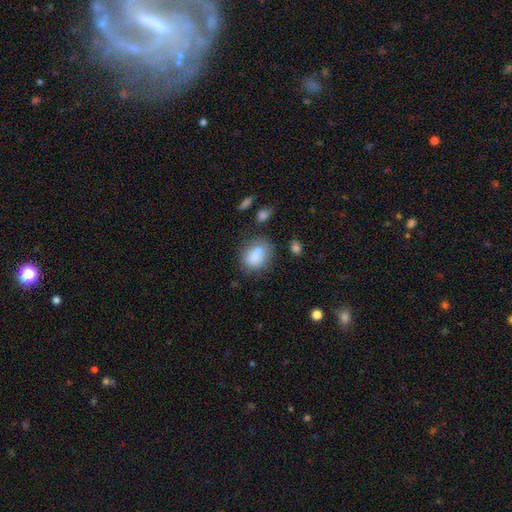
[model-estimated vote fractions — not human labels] Smooth or featured: smooth — 81% (featured or disk — 10%)
How rounded: in between — 57% (round — 42%)
Merging: none — 59% (minor disturbance — 20%)